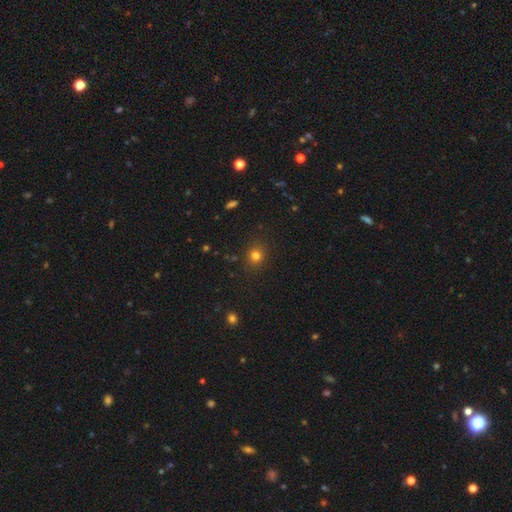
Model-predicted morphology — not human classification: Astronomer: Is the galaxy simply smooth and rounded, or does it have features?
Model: smooth — 78%.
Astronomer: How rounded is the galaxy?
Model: round — 81%.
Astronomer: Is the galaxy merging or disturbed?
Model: none — 86%.